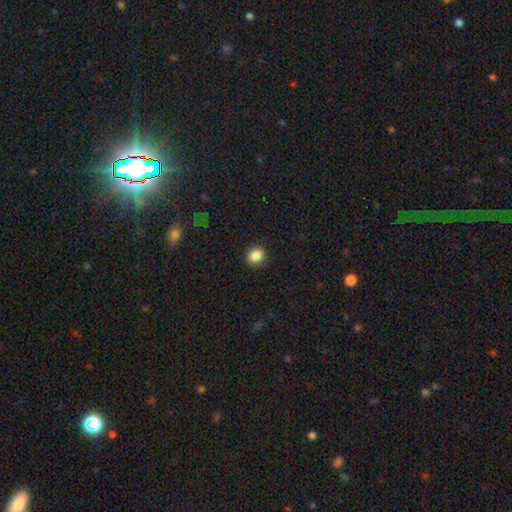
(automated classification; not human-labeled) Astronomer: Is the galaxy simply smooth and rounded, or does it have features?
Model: smooth — 85%.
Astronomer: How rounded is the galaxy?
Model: round — 87%.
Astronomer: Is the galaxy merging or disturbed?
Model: none — 92%.